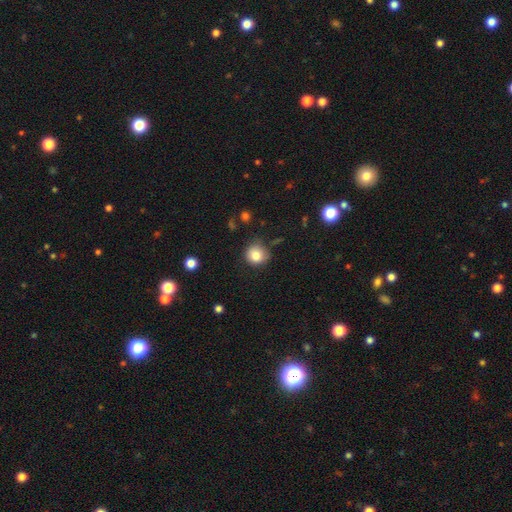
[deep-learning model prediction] smooth 82%, star or artifact 11%, featured or disk 8%. Down the decision tree: how rounded — round (90%); merging — none (75%).